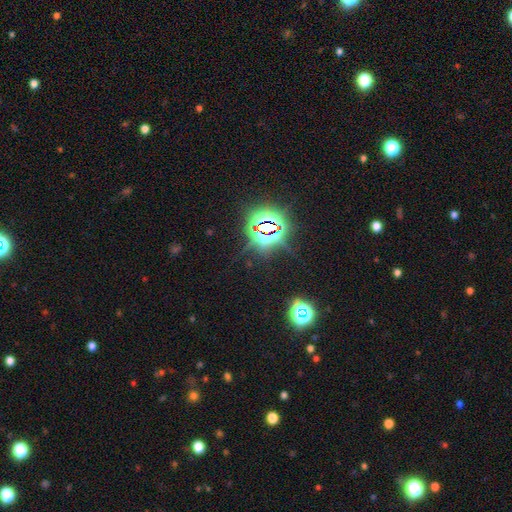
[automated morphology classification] Smooth or featured? Predicted: star or artifact (p=0.82).